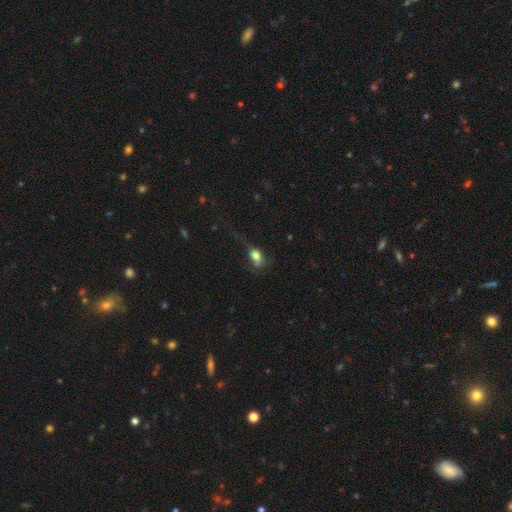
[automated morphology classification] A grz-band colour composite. It shows a smooth galaxy with no disk features (71%) that is in between round and cigar-shaped (72%). Merging: major disturbance (49%).